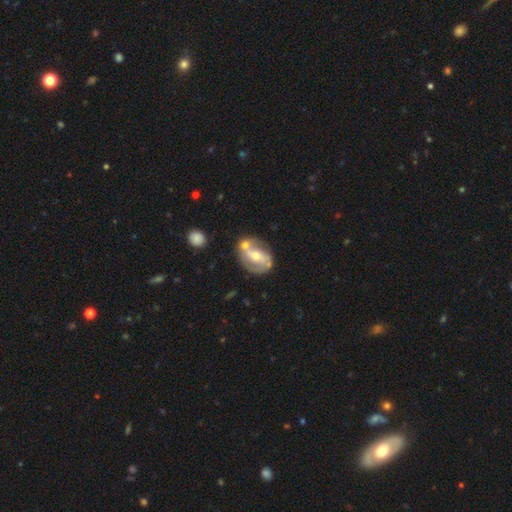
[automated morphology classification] A featured or disk galaxy (69%) with no bar (41%), spiral arms (67%) and a moderate central bulge (58%).

Vote fractions:
- Smooth or featured? featured or disk: 69% / smooth: 24% / star or artifact: 6%
- Edge-on disk? no: 95% / yes: 5%
- Bar? no: 41% / weak: 33% / strong: 26%
- Spiral arms? yes: 67% / no: 33%
- Bulge size? moderate: 58% / small: 37% / large: 3% / none: 1% / dominant: 1%
- Merging? none: 45% / merger: 30% / minor disturbance: 17% / major disturbance: 7%